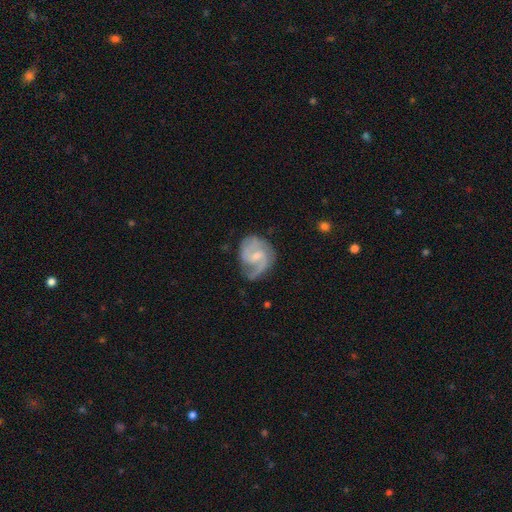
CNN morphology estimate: featured or disk 86%, smooth 10%, star or artifact 5%. Down the decision tree: edge-on disk — no (98%); bar — weak (54%); spiral arms — yes (96%); spiral arm count — 2 (73%); spiral winding — medium (53%); bulge size — small (59%); merging — none (63%).